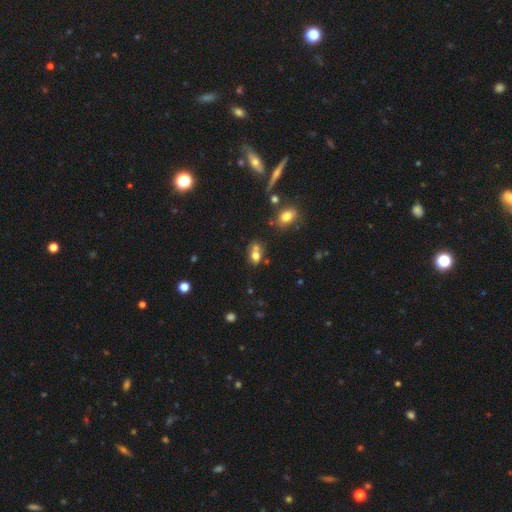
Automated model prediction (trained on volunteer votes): This appears to be a smooth galaxy with no disk features (70%) that is in between round and cigar-shaped (57%). Merging: merger (45%).